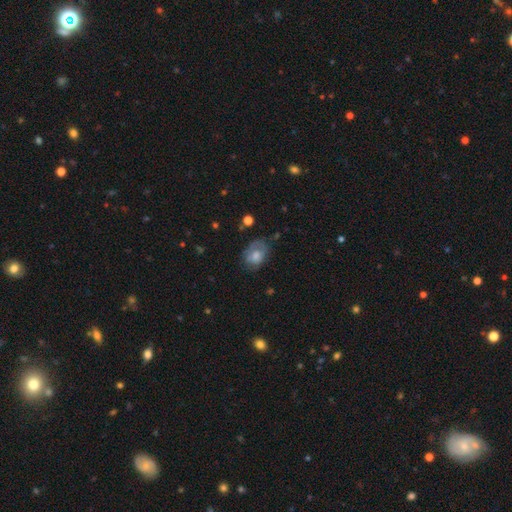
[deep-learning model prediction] Smooth or featured: smooth — 60% (featured or disk — 31%)
How rounded: in between — 76% (round — 23%)
Merging: none — 52% (minor disturbance — 30%)